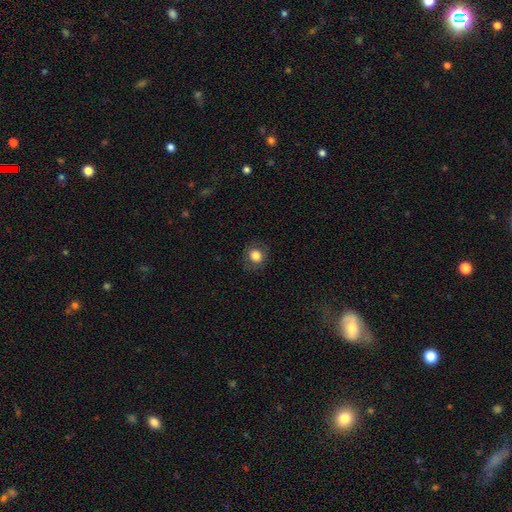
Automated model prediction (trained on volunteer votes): This appears to be a smooth galaxy with no disk features (79%) that is round (78%). Merging: none (84%).